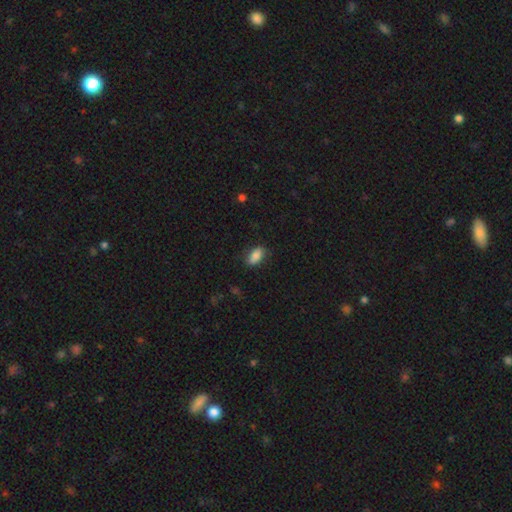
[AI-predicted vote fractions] smooth 85%, star or artifact 8%, featured or disk 7%. Down the decision tree: how rounded — in between (90%); merging — none (79%).